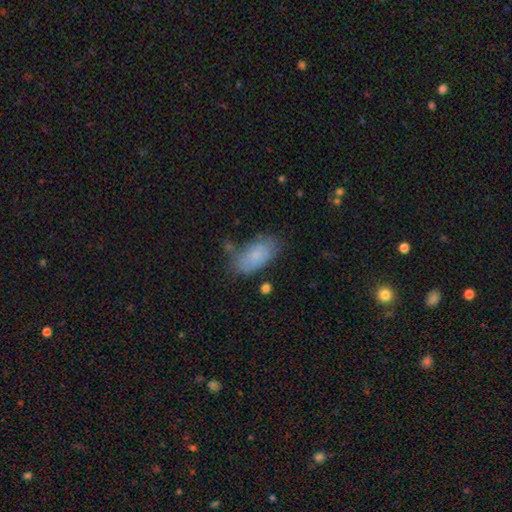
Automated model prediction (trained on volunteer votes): Morphology: type=smooth (78%); roundness=in between (93%); merging=none (62%).